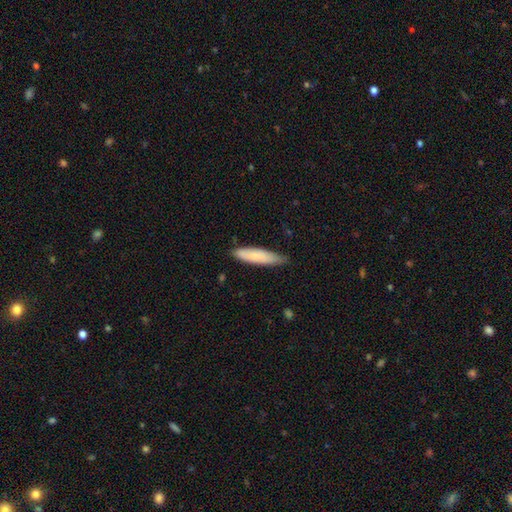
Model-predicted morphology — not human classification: Q: Smooth or featured?
A: smooth (77%); runner-up: featured or disk (17%)
Q: How rounded?
A: cigar-shaped (73%); runner-up: in between (25%)
Q: Merging?
A: none (74%); runner-up: minor disturbance (22%)